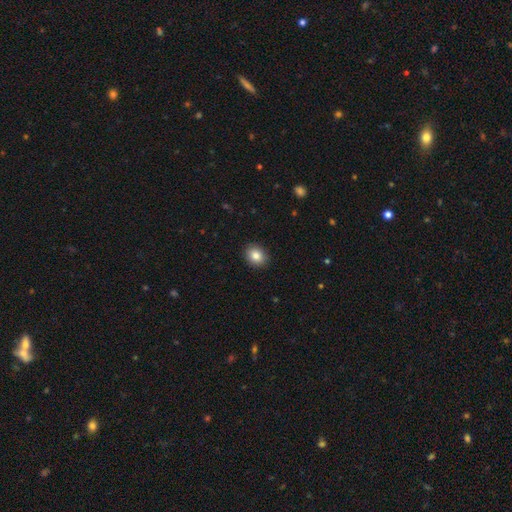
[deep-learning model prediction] Smooth or featured: smooth — 85% (star or artifact — 9%)
How rounded: round — 54% (in between — 45%)
Merging: none — 91% (minor disturbance — 7%)